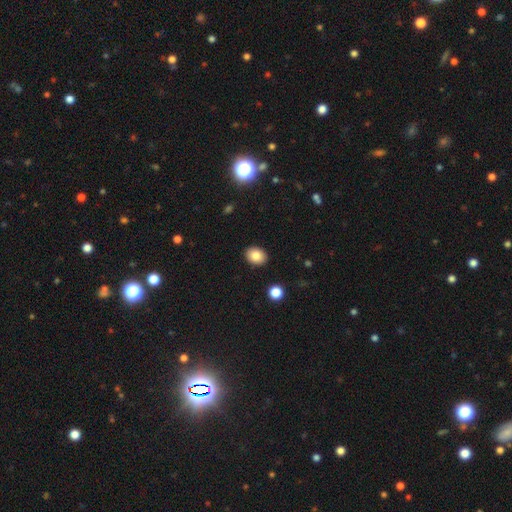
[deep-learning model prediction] A smooth galaxy with no disk features (84%) that is in between round and cigar-shaped (60%).

Vote fractions:
- Smooth or featured? smooth: 84% / star or artifact: 9% / featured or disk: 7%
- How rounded? in between: 60% / round: 39% / cigar-shaped: 1%
- Merging? none: 90% / minor disturbance: 7% / major disturbance: 2% / merger: 1%